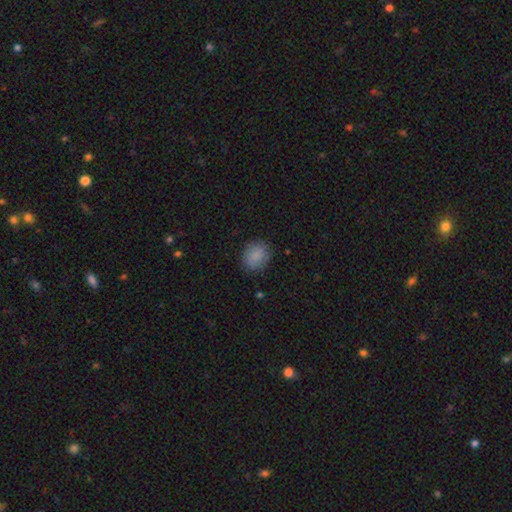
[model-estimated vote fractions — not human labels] A smooth galaxy with no disk features (84%) that is round (58%).

Vote fractions:
- Smooth or featured? smooth: 84% / star or artifact: 8% / featured or disk: 7%
- How rounded? round: 58% / in between: 41% / cigar-shaped: 1%
- Merging? none: 81% / minor disturbance: 14% / major disturbance: 4% / merger: 1%